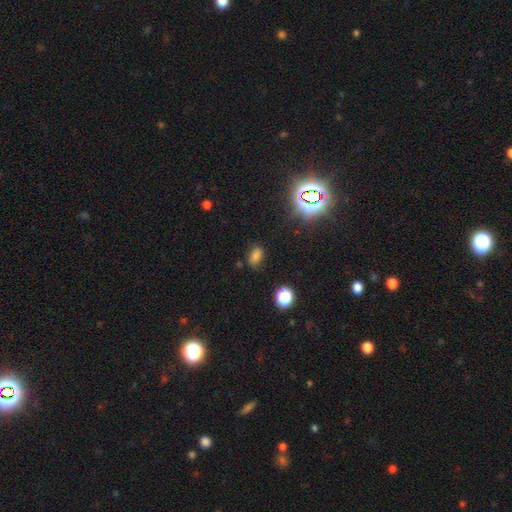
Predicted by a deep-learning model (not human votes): Smooth or featured?
  - smooth: 70% *
  - star or artifact: 22%
  - featured or disk: 8%
How rounded?
  - in between: 84% *
  - round: 13%
  - cigar-shaped: 3%
Merging?
  - none: 75% *
  - minor disturbance: 17%
  - major disturbance: 5%
  - merger: 3%